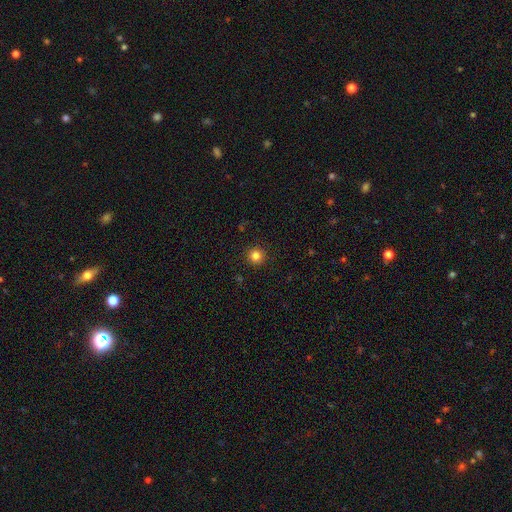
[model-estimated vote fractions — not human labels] Q: Smooth or featured?
A: smooth (83%); runner-up: star or artifact (13%)
Q: How rounded?
A: round (95%); runner-up: in between (4%)
Q: Merging?
A: none (92%); runner-up: minor disturbance (5%)